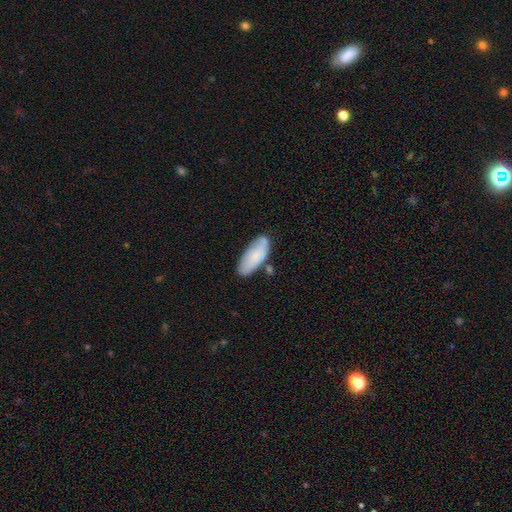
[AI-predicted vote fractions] The model was most divided on "merging": none: 63%, minor disturbance: 23%, merger: 9%, major disturbance: 5%. More confident: how rounded — in between (79%); smooth or featured — smooth (76%).